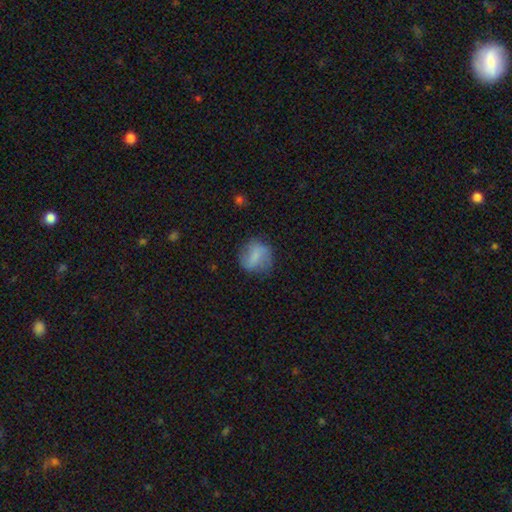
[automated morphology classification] smooth 62%, featured or disk 29%, star or artifact 9%. Down the decision tree: how rounded — round (73%); merging — none (68%).